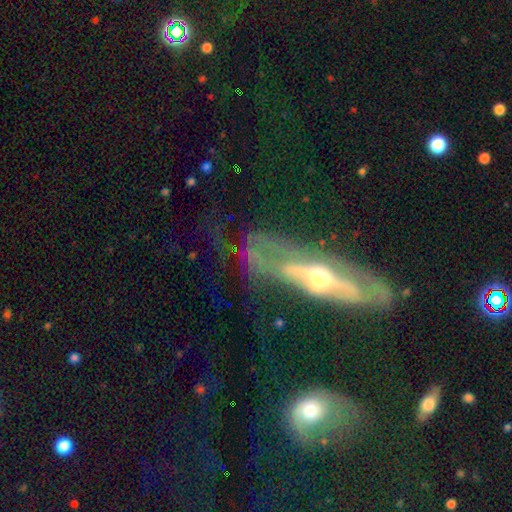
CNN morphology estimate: Smooth or featured? featured or disk (77%)
Edge-on disk? no (55%)
Merging? none (54%)